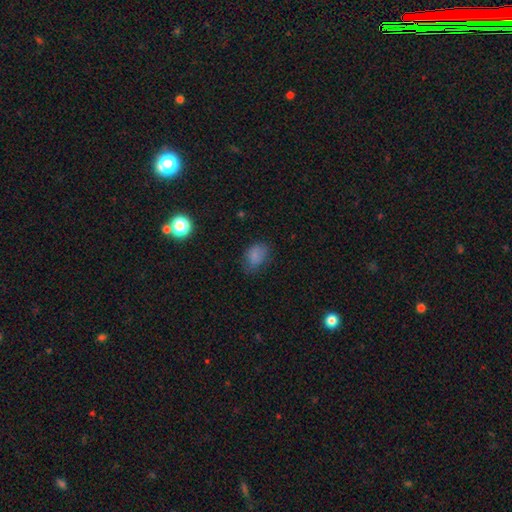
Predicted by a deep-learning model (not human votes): This appears to be a smooth galaxy with no disk features (77%) that is in between round and cigar-shaped (76%). Merging: none (63%).